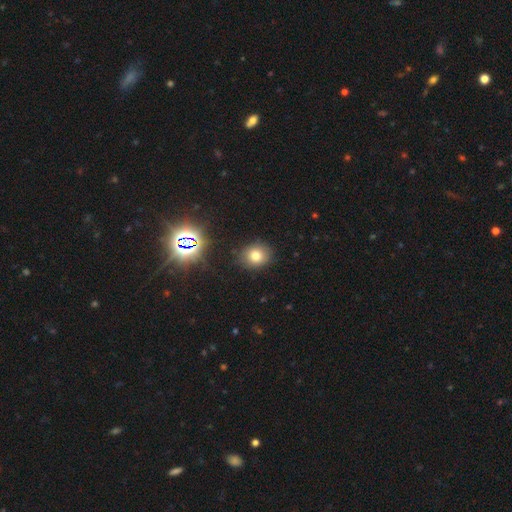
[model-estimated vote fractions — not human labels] Smooth or featured? smooth (74%)
How rounded? round (67%)
Merging? none (85%)